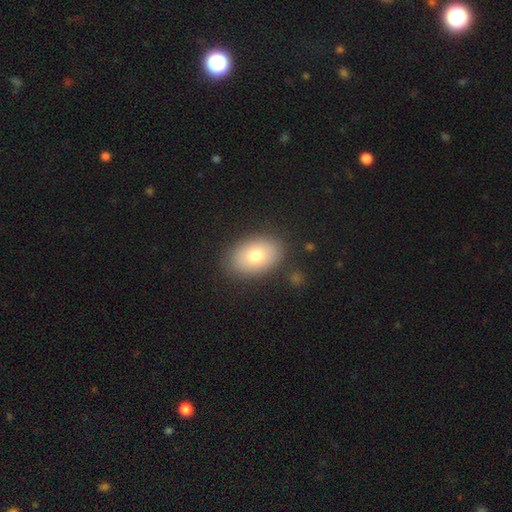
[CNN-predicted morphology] This appears to be a smooth galaxy with no disk features (75%) that is in between round and cigar-shaped (85%). Merging: none (85%).